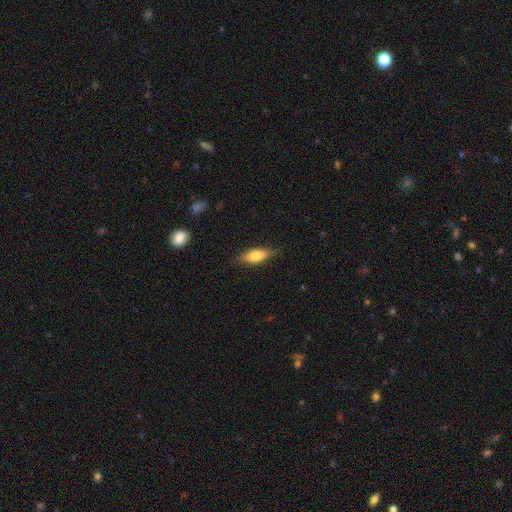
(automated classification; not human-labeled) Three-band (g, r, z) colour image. It shows a smooth galaxy with no disk features (70%) that is in between round and cigar-shaped (65%). Merging: none (81%).